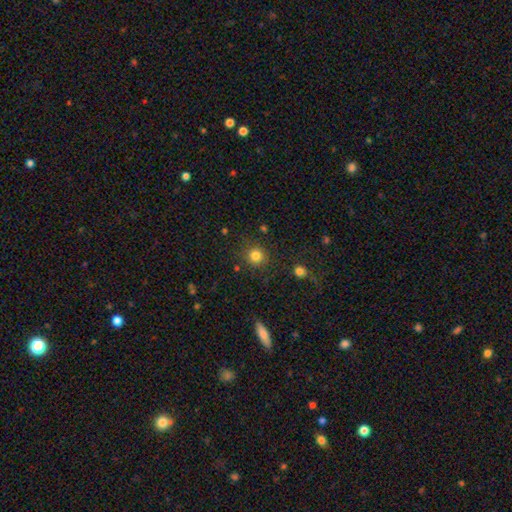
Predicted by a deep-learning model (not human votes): This appears to be a smooth galaxy with no disk features (81%) that is round (91%). Merging: none (85%).